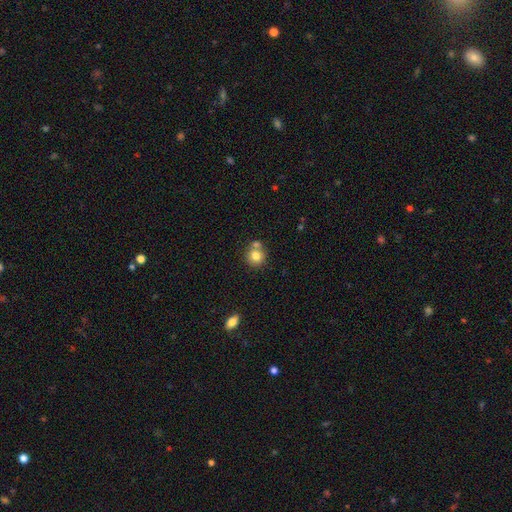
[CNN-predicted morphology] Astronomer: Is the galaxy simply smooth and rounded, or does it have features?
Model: smooth — 79%.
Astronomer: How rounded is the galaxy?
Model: round — 88%.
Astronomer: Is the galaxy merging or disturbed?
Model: none — 58%.